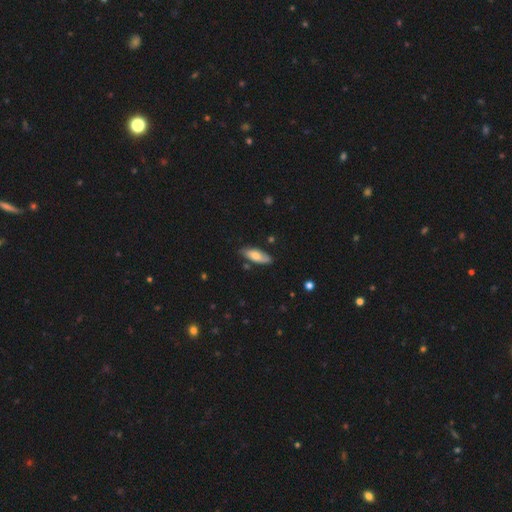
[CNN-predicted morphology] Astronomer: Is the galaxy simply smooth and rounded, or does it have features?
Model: smooth — 70%.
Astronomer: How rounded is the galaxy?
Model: in between — 71%.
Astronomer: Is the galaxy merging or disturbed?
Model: none — 78%.